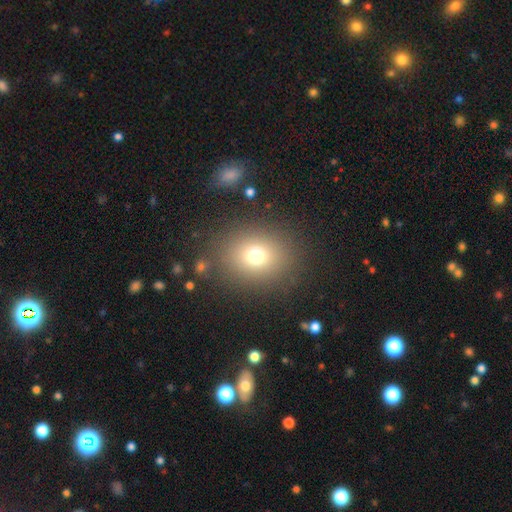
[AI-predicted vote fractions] This is likely a smooth galaxy (73%). How rounded: likely round (65%). Merging: clearly none (84%).